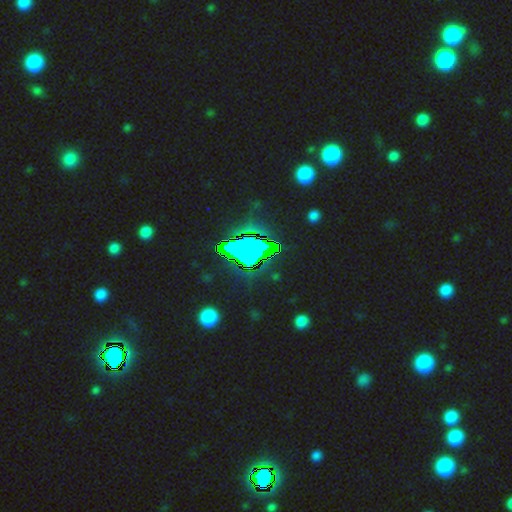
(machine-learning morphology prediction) smooth_or_featured: star or artifact (p=0.76) [alt: smooth p=0.14]